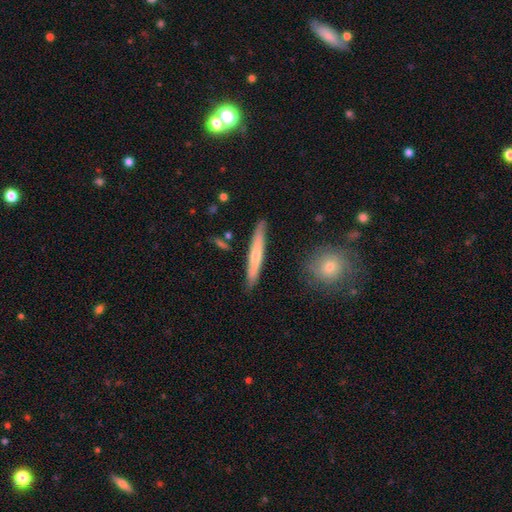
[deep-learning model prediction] Smooth or featured? smooth (52%)
How rounded? cigar-shaped (93%)
Merging? none (87%)